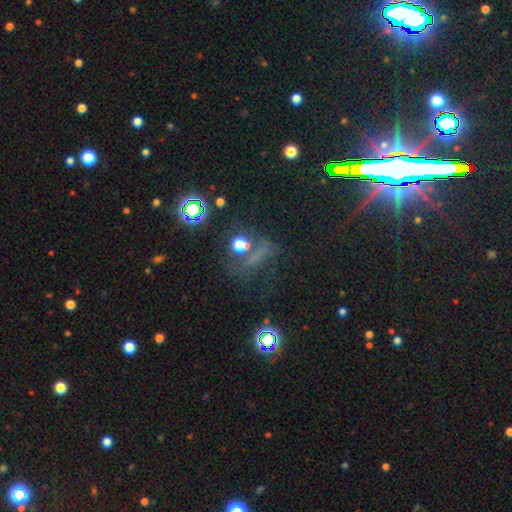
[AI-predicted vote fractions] Smooth or featured? star or artifact (59%)